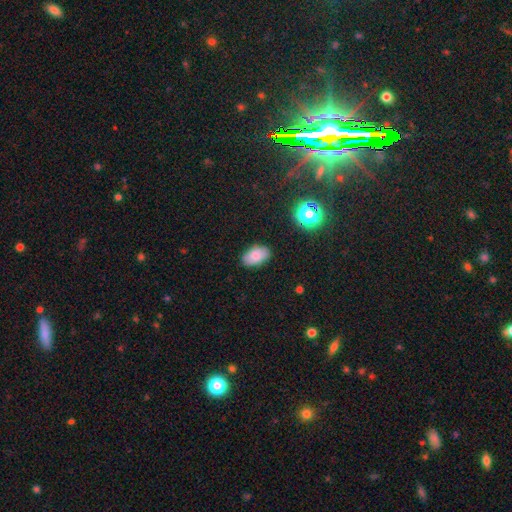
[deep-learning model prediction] Overall: smooth (80%). How rounded: in between (92%). Merging: none (84%).